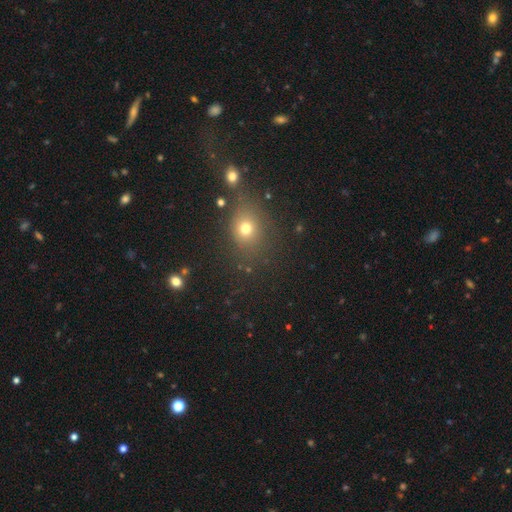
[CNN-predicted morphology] This is possibly a smooth galaxy (53%). How rounded: likely round (66%). Merging: likely none (68%).